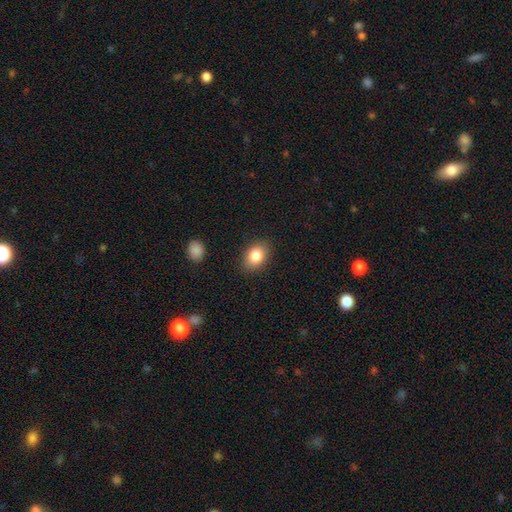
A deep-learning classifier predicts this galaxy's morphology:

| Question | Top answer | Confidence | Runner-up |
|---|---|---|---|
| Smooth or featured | smooth | 84% | star or artifact (8%) |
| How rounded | in between | 79% | round (20%) |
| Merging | none | 86% | minor disturbance (10%) |